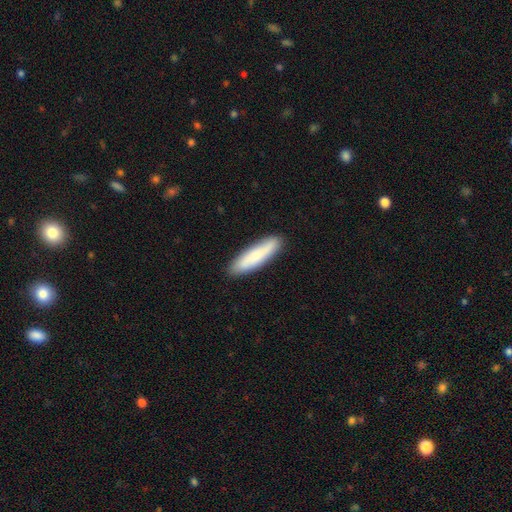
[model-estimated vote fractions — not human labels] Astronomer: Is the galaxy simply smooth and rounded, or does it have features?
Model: smooth — 73%.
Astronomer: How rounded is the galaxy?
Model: cigar-shaped — 76%.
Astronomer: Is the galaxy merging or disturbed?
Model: none — 89%.